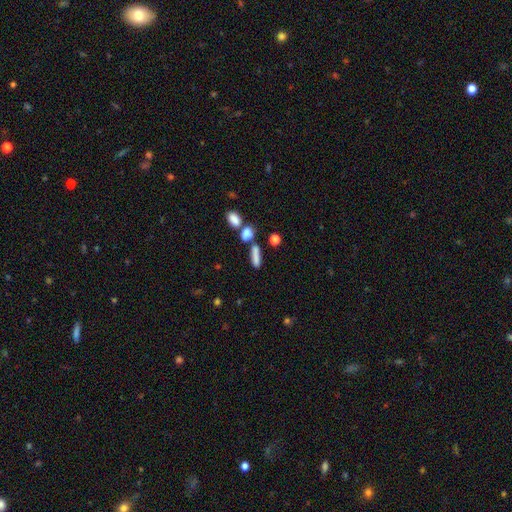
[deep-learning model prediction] Smooth or featured? smooth (76%)
How rounded? cigar-shaped (58%)
Merging? none (52%)